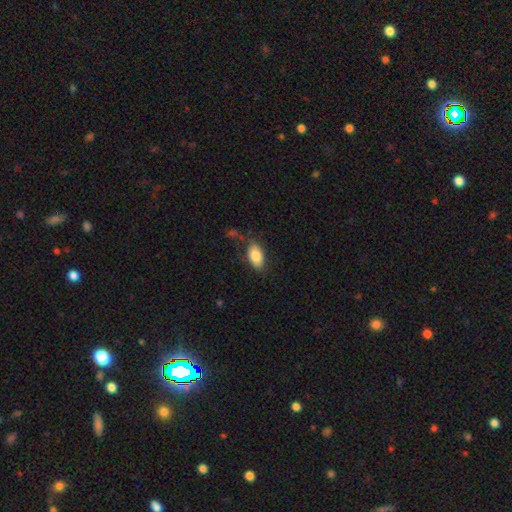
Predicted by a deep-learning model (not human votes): Overall: smooth (81%). How rounded: in between (93%). Merging: none (71%).